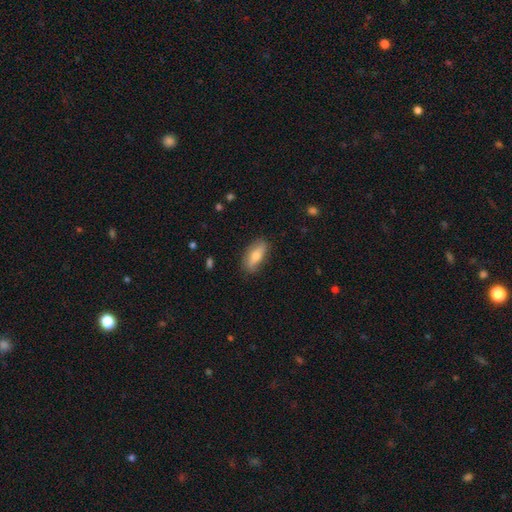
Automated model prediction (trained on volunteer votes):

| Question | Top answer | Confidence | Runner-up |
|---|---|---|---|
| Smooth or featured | smooth | 66% | featured or disk (27%) |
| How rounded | in between | 76% | cigar-shaped (20%) |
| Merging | none | 83% | minor disturbance (13%) |